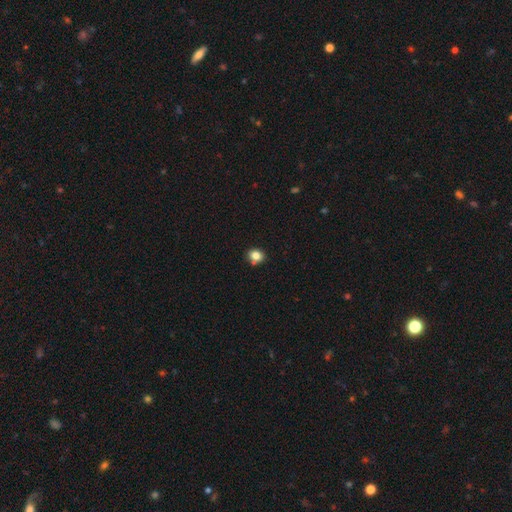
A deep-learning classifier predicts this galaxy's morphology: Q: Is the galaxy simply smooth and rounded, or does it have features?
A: smooth — 82%.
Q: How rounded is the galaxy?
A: round — 66%.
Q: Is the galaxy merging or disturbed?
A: none — 77%.